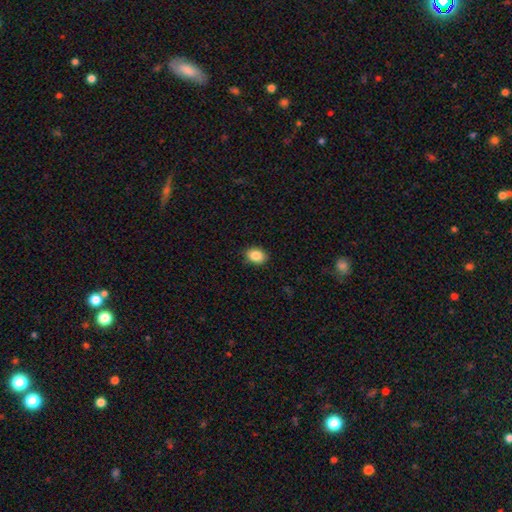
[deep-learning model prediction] The model was most divided on "how rounded": in between: 64%, round: 35%, cigar-shaped: 1%. More confident: merging — none (89%); smooth or featured — smooth (86%).